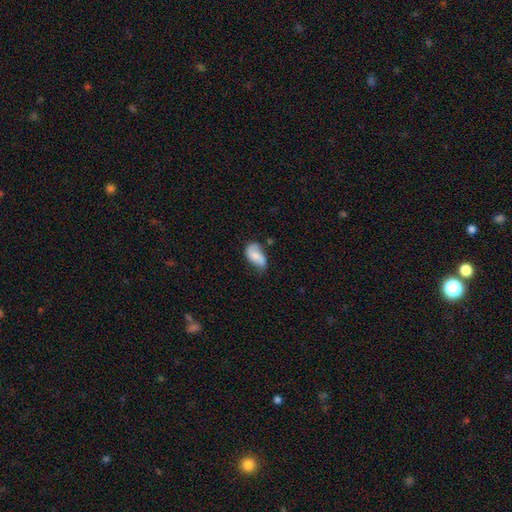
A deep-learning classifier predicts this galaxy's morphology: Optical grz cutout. It shows a smooth galaxy with no disk features (58%) that is in between round and cigar-shaped (92%). Merging: none (44%).